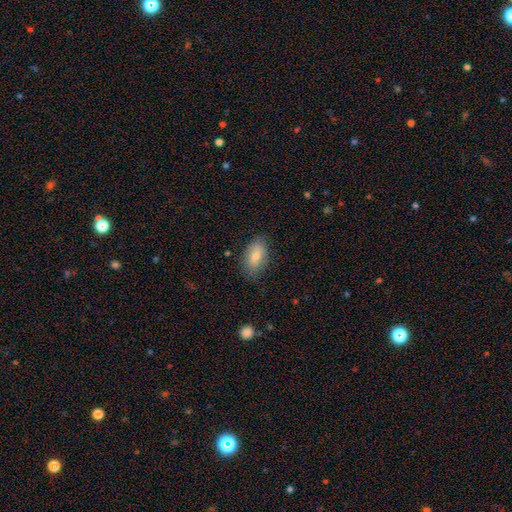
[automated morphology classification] Smooth or featured?
  - smooth: 80% *
  - featured or disk: 13%
  - star or artifact: 7%
How rounded?
  - in between: 91% *
  - round: 6%
  - cigar-shaped: 3%
Merging?
  - none: 79% *
  - minor disturbance: 16%
  - major disturbance: 4%
  - merger: 1%